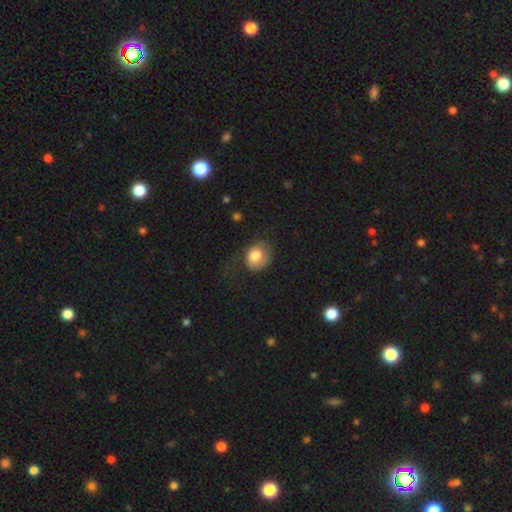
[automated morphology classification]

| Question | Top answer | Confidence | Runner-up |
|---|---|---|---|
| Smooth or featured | smooth | 77% | featured or disk (16%) |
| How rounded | round | 50% | in between (49%) |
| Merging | none | 43% | minor disturbance (28%) |